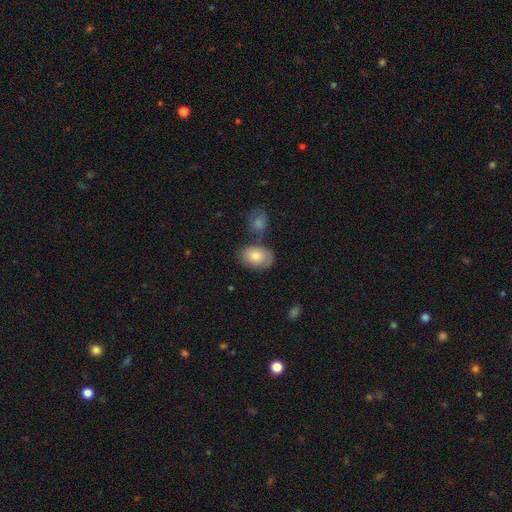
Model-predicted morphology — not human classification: This is likely a smooth galaxy (75%). How rounded: clearly in between (84%). Merging: possibly none (59%).